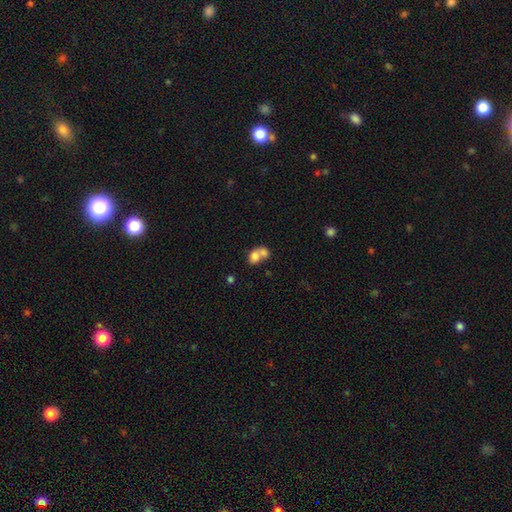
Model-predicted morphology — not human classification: Smooth or featured? smooth (75%)
How rounded? in between (57%)
Merging? merger (71%)